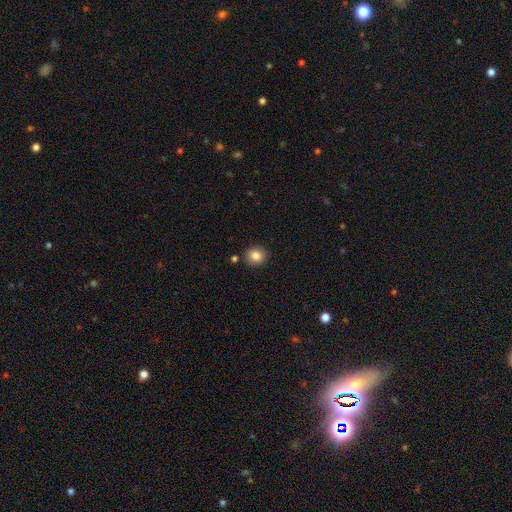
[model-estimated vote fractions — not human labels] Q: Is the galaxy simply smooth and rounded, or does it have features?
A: smooth — 84%.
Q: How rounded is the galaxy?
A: round — 88%.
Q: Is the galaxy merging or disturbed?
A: none — 89%.